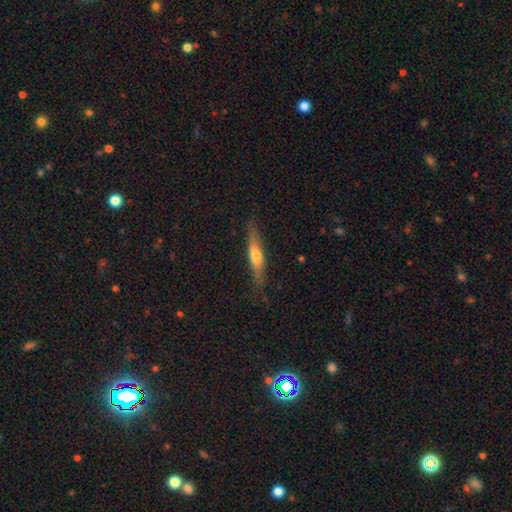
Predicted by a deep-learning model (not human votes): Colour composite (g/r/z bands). It shows a smooth galaxy with no disk features (50%). Merging: none (82%).